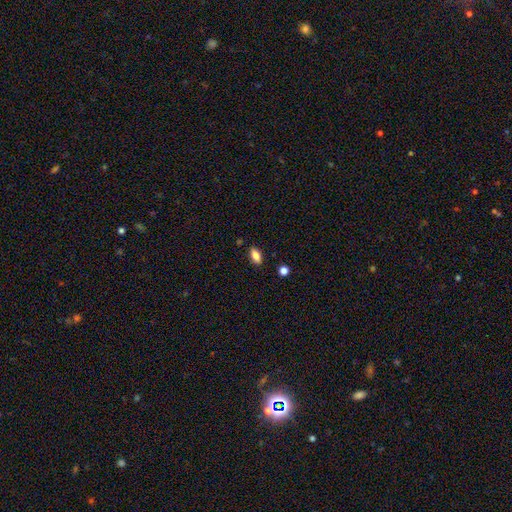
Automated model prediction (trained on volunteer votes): Smooth or featured?
  - smooth: 84% *
  - star or artifact: 9%
  - featured or disk: 8%
How rounded?
  - in between: 88% *
  - cigar-shaped: 7%
  - round: 5%
Merging?
  - none: 86% *
  - minor disturbance: 10%
  - major disturbance: 2%
  - merger: 2%